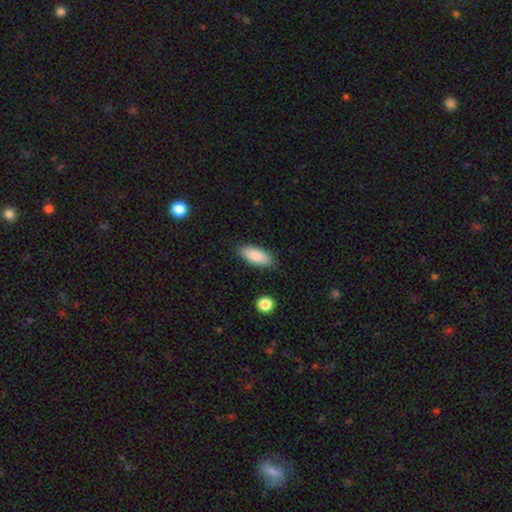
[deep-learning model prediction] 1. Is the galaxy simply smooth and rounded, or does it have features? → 87% smooth, 7% featured or disk, 6% star or artifact.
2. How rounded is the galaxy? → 78% in between, 20% cigar-shaped, 2% round.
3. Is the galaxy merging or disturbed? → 85% none, 11% minor disturbance, 2% major disturbance, 2% merger.